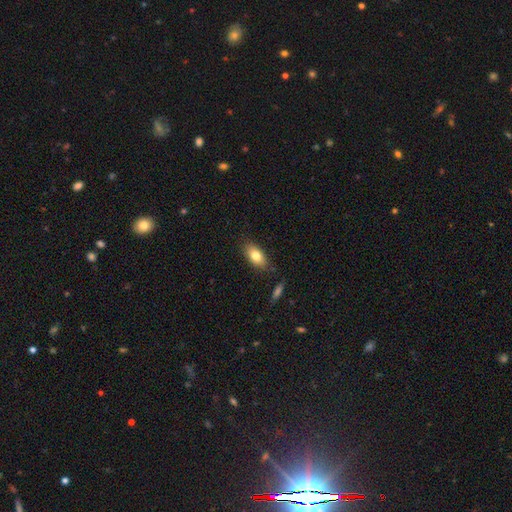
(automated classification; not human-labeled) Morphology: type=smooth (79%); roundness=in between (89%); merging=none (81%).